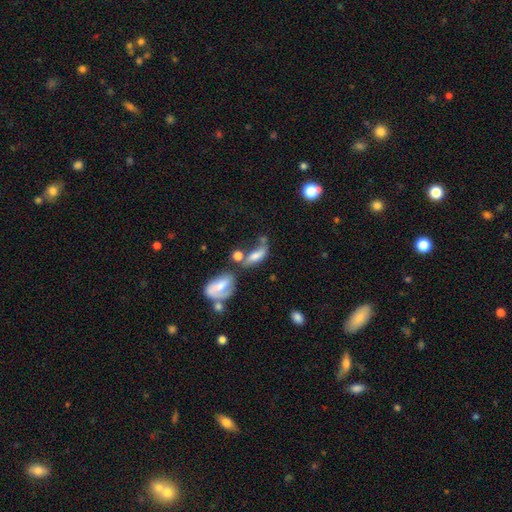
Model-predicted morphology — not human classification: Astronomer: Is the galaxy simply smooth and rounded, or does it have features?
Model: smooth — 60%.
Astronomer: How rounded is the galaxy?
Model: in between — 69%.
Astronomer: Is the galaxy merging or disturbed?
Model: merger — 35% (runner-up: none, 29%).